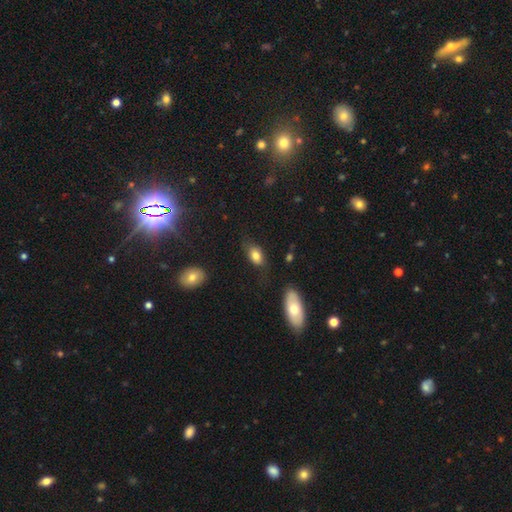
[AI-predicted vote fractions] The model was most divided on "merging": none: 67%, minor disturbance: 22%, major disturbance: 8%, merger: 3%. More confident: how rounded — in between (87%); smooth or featured — smooth (80%).